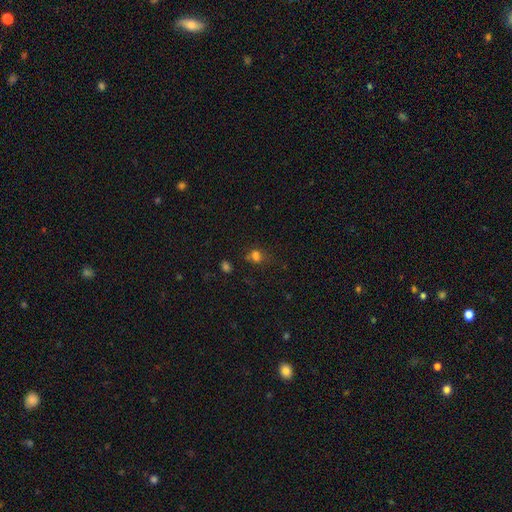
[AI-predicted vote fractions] Q: Smooth or featured?
A: smooth (68%); runner-up: star or artifact (24%)
Q: How rounded?
A: round (52%); runner-up: in between (46%)
Q: Merging?
A: none (55%); runner-up: merger (19%)